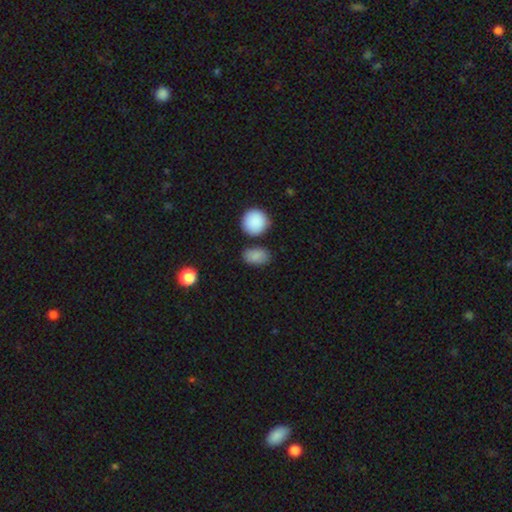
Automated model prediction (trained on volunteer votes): Smooth or featured?
  - smooth: 86% *
  - star or artifact: 8%
  - featured or disk: 6%
How rounded?
  - in between: 84% *
  - round: 14%
  - cigar-shaped: 2%
Merging?
  - none: 73% *
  - minor disturbance: 14%
  - merger: 10%
  - major disturbance: 4%